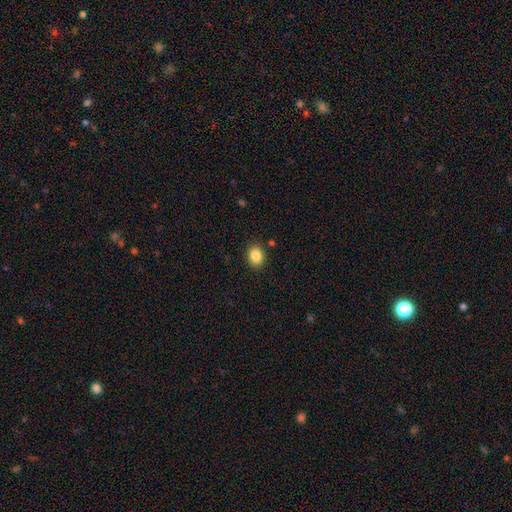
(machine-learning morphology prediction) type=smooth (85%); roundness=round (54%); merging=none (88%).